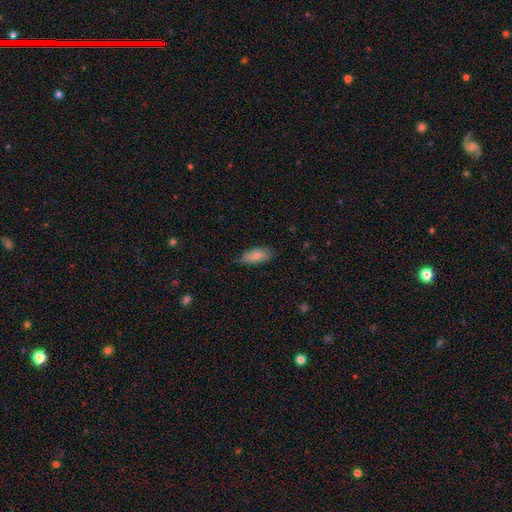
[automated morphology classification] Overall: smooth (84%). How rounded: in between (85%). Merging: none (71%).